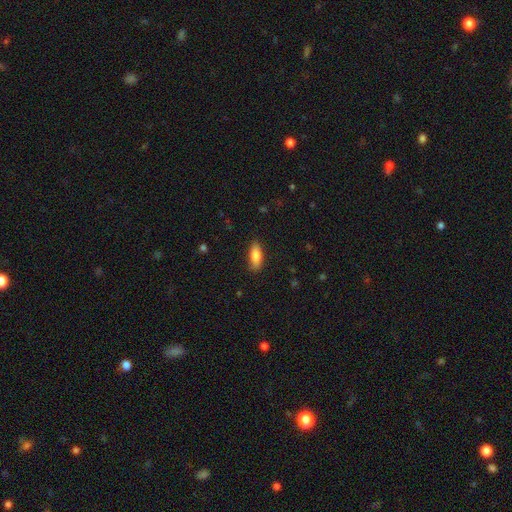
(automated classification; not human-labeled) Smooth or featured: smooth — 82% (featured or disk — 12%)
How rounded: in between — 67% (cigar-shaped — 30%)
Merging: none — 87% (minor disturbance — 10%)